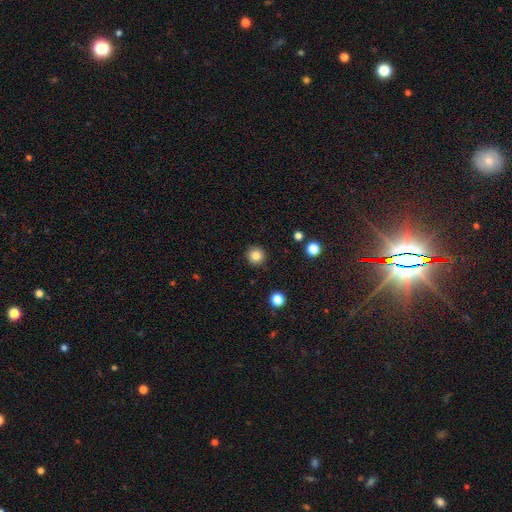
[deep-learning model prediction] Overall: smooth (83%). How rounded: round (95%). Merging: none (91%).